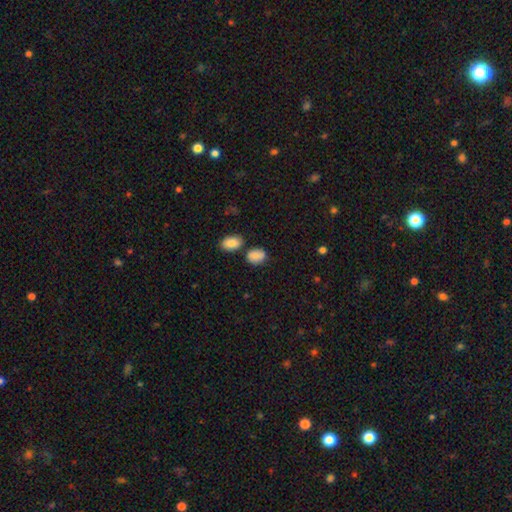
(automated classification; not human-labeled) A smooth galaxy with no disk features (85%) that is in between round and cigar-shaped (68%). Merging: none (65%).